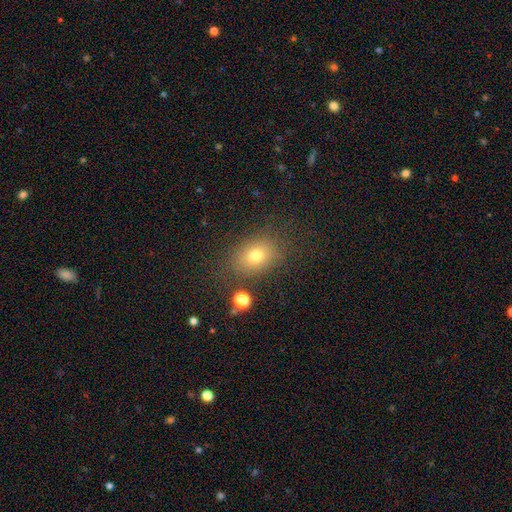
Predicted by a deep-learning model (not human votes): Q: Smooth or featured?
A: smooth (73%); runner-up: star or artifact (15%)
Q: How rounded?
A: in between (66%); runner-up: round (33%)
Q: Merging?
A: none (80%); runner-up: minor disturbance (12%)